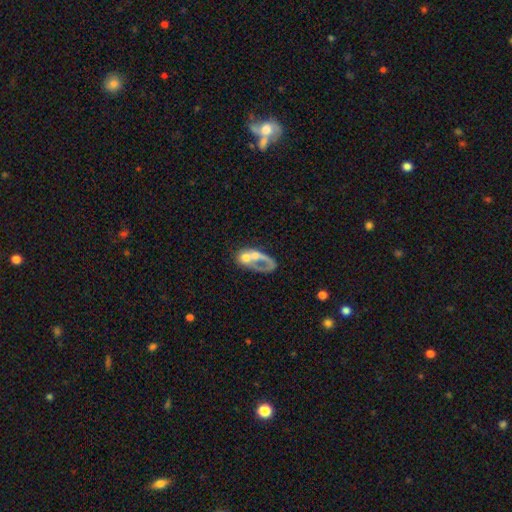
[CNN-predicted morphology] smooth-or-featured: featured or disk: 54% | smooth: 36% | star or artifact: 10%
  disk-edge-on: no: 96% | yes: 4%
    bar: no: 88% | weak: 9% | strong: 3%
    has-spiral-arms: no: 79% | yes: 21%
    bulge-size: moderate: 39% | none: 27% | small: 19% | large: 11% | dominant: 3%
  merging: merger: 44% | major disturbance: 29% | none: 17% | minor disturbance: 9%